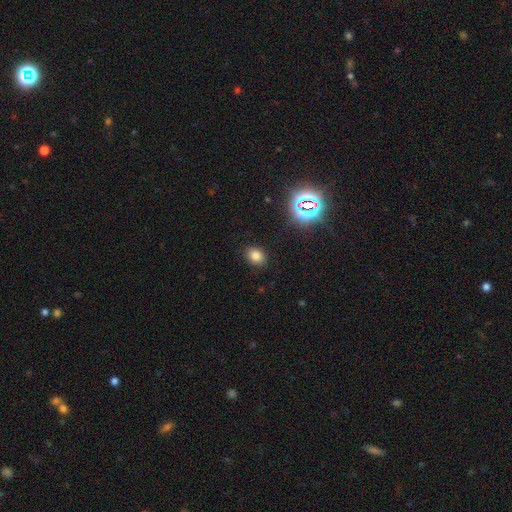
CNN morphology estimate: Smooth or featured: smooth — 76% (star or artifact — 17%)
How rounded: in between — 50% (round — 49%)
Merging: none — 88% (minor disturbance — 8%)